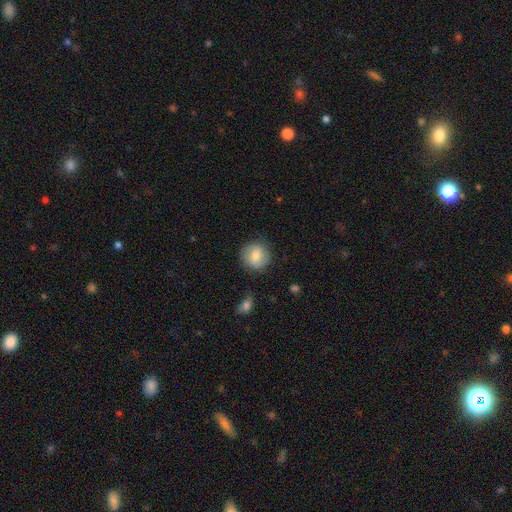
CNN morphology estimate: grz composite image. It shows a smooth galaxy with no disk features (72%) that is round (89%). Merging: none (83%).